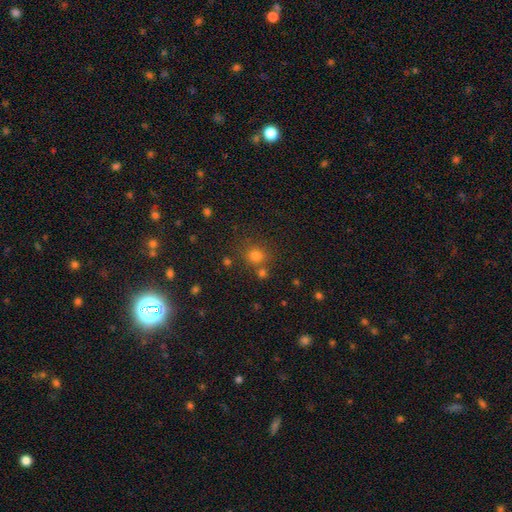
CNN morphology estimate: A smooth galaxy with no disk features (73%) that is round (82%).

Vote fractions:
- Smooth or featured? smooth: 73% / star or artifact: 20% / featured or disk: 7%
- How rounded? round: 82% / in between: 17% / cigar-shaped: 1%
- Merging? none: 72% / merger: 15% / minor disturbance: 10% / major disturbance: 4%